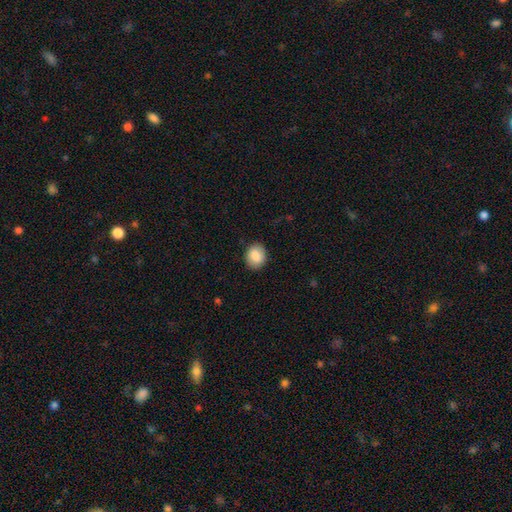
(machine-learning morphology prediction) smooth_or_featured: smooth (p=0.86) [alt: star or artifact p=0.07]
how_rounded: round (p=0.58) [alt: in between p=0.41]
merging: none (p=0.89) [alt: minor disturbance p=0.08]